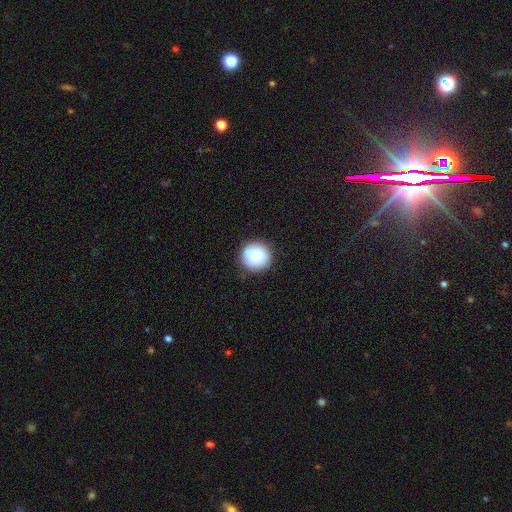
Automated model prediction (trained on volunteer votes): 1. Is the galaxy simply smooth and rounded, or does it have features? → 83% smooth, 9% featured or disk, 8% star or artifact.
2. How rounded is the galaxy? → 94% round, 5% in between, 1% cigar-shaped.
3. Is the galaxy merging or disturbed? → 89% none, 8% minor disturbance, 2% major disturbance, 1% merger.